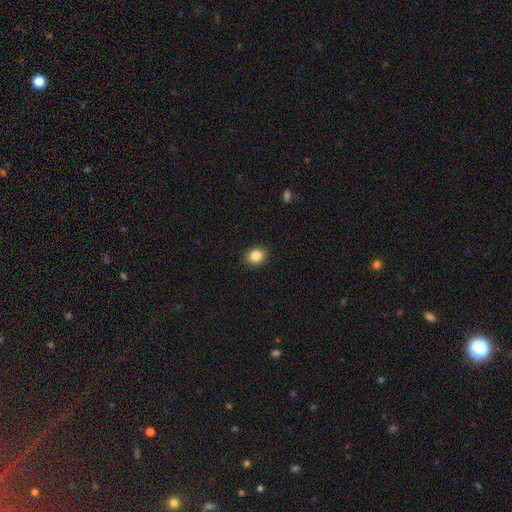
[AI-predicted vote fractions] smooth-or-featured: smooth: 86% | star or artifact: 9% | featured or disk: 5%
  how-rounded: round: 59% | in between: 40% | cigar-shaped: 1%
  merging: none: 90% | minor disturbance: 7% | major disturbance: 2% | merger: 1%